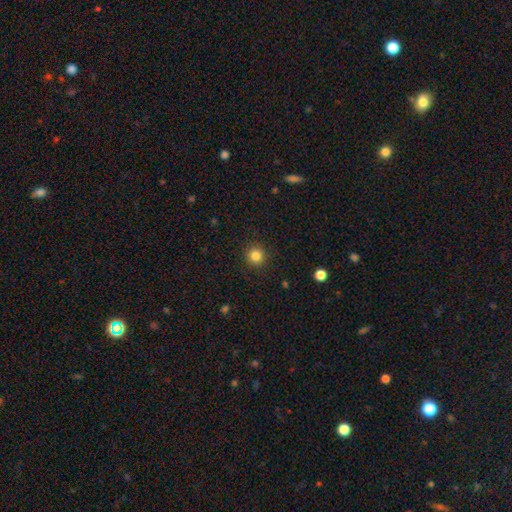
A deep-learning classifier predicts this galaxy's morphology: type=smooth (84%); roundness=round (93%); merging=none (91%).